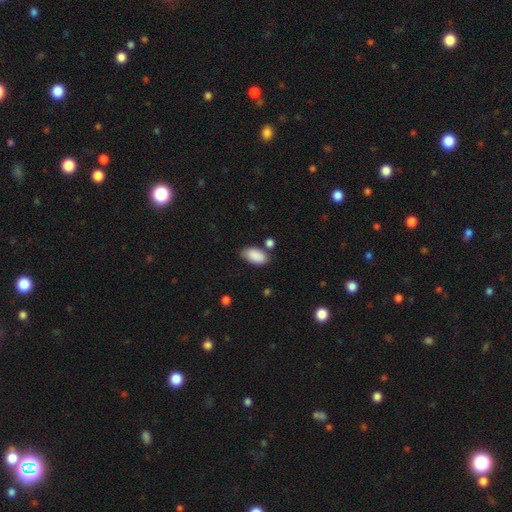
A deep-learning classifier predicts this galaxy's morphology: A smooth galaxy with no disk features (89%) that is in between round and cigar-shaped (94%). Merging: none (71%).